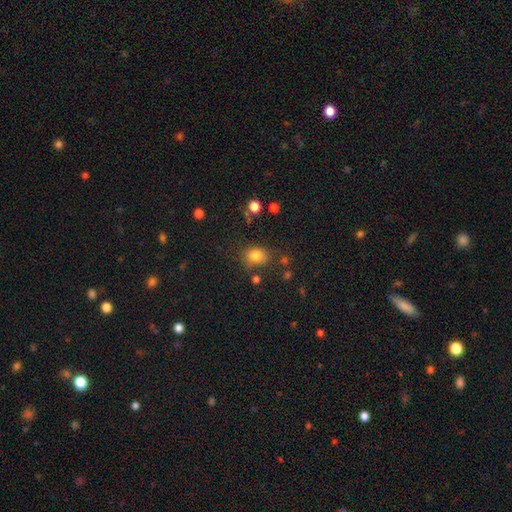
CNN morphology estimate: Smooth or featured? smooth (81%)
How rounded? round (52%)
Merging? none (70%)